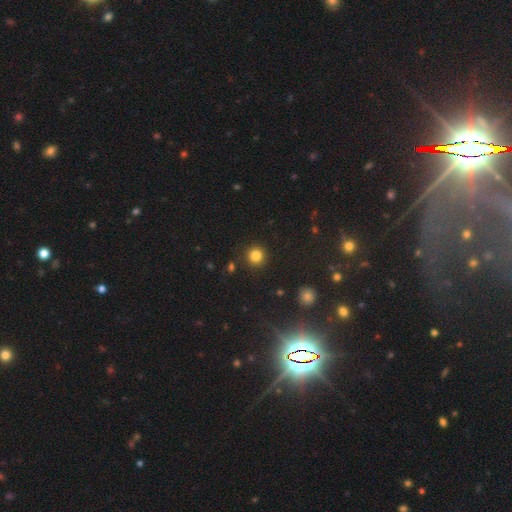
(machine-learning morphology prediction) This appears to be a smooth galaxy with no disk features (83%) that is round (94%). Merging: none (91%).